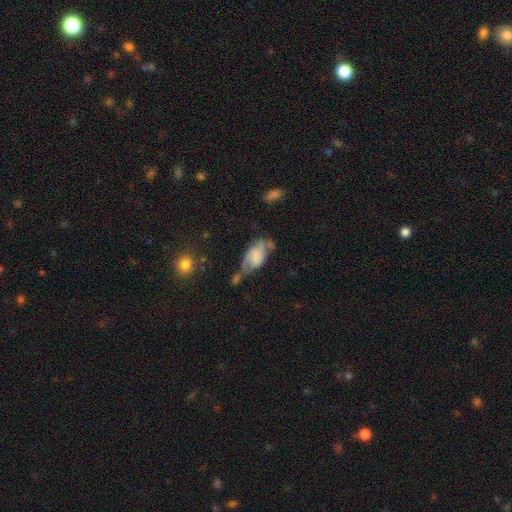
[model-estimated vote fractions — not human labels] Smooth or featured? smooth (49%)
Merging? minor disturbance (28%)